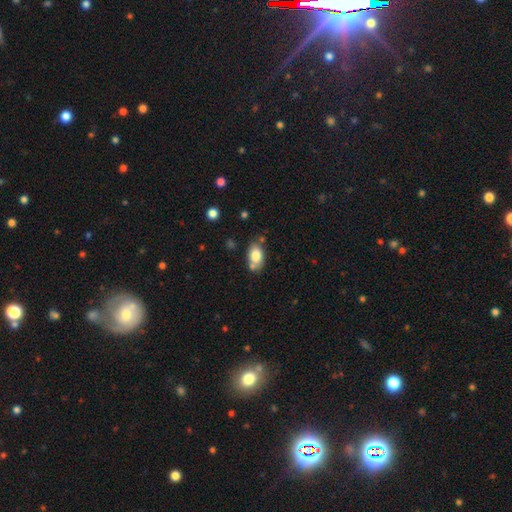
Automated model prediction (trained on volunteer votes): A smooth galaxy with no disk features (80%) that is in between round and cigar-shaped (85%). Merging: none (62%).